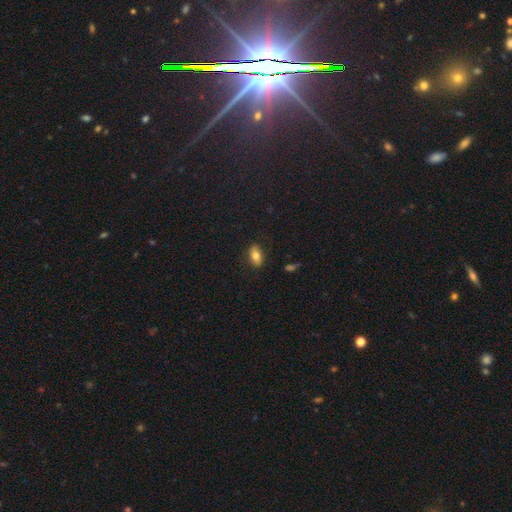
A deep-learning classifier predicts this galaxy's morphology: A smooth galaxy with no disk features (76%) that is in between round and cigar-shaped (88%). Merging: none (85%).